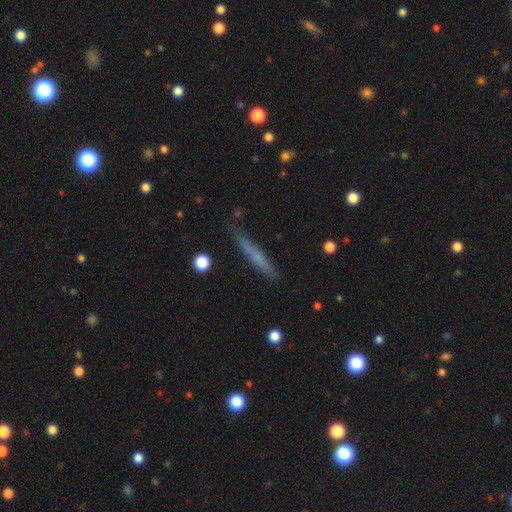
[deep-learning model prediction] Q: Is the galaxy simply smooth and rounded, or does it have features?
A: smooth — 62%.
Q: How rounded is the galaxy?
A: cigar-shaped — 95%.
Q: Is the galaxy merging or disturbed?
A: none — 81%.